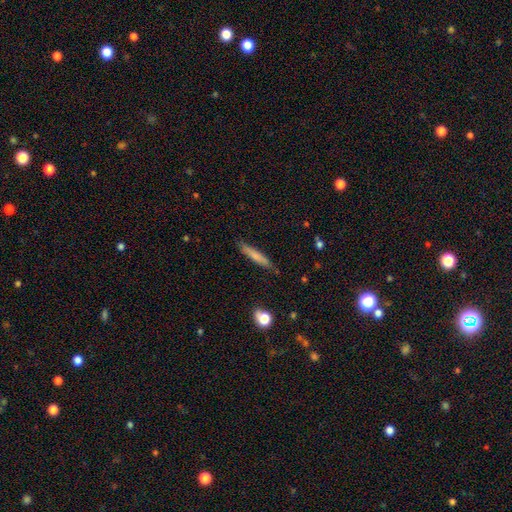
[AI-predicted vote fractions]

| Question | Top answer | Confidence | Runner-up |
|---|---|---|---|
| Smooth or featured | smooth | 70% | featured or disk (24%) |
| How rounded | cigar-shaped | 93% | in between (5%) |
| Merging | none | 84% | minor disturbance (13%) |